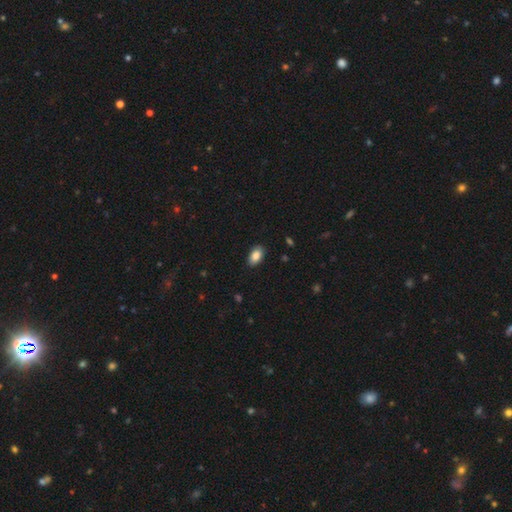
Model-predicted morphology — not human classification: Smooth or featured? Predicted: smooth (p=0.86). How rounded? Predicted: in between (p=0.93). Merging? Predicted: none (p=0.88).